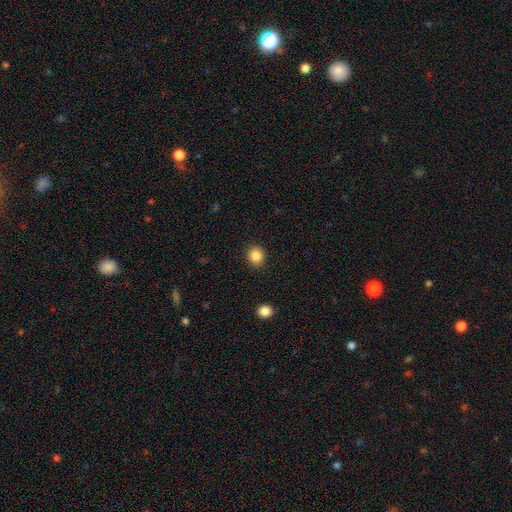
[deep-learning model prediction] This appears to be a smooth galaxy with no disk features (86%) that is round (83%). Merging: none (91%).